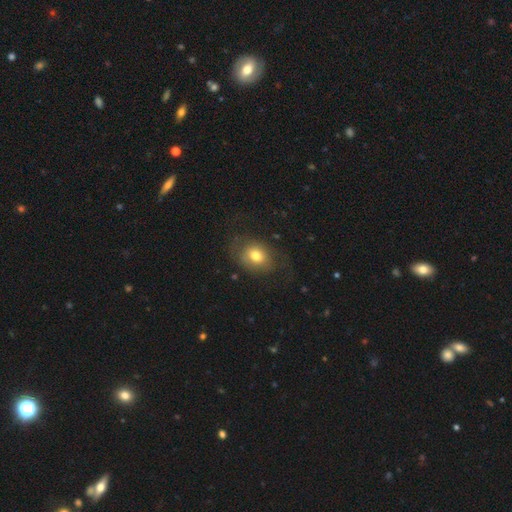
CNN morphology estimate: type=smooth (68%); roundness=in between (57%); merging=none (60%).